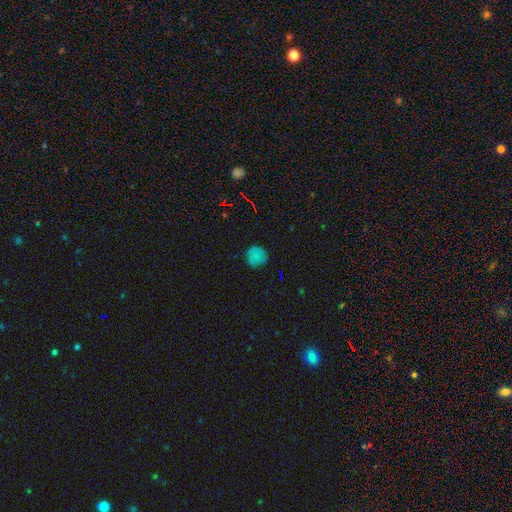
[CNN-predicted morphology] type=smooth (75%); roundness=round (93%); merging=none (82%).